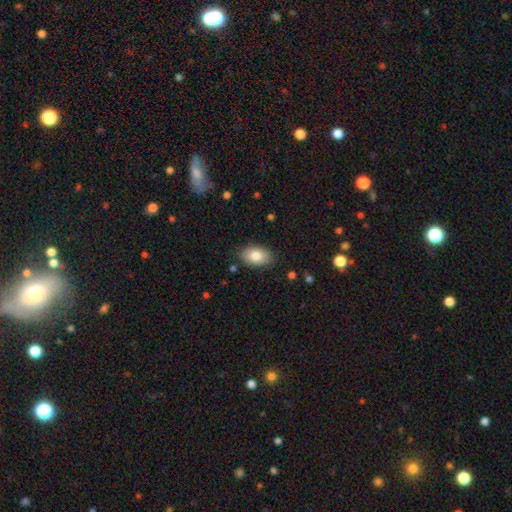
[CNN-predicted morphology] Smooth or featured?
  - smooth: 83% *
  - featured or disk: 10%
  - star or artifact: 7%
How rounded?
  - in between: 91% *
  - round: 8%
  - cigar-shaped: 1%
Merging?
  - none: 86% *
  - minor disturbance: 10%
  - major disturbance: 2%
  - merger: 1%